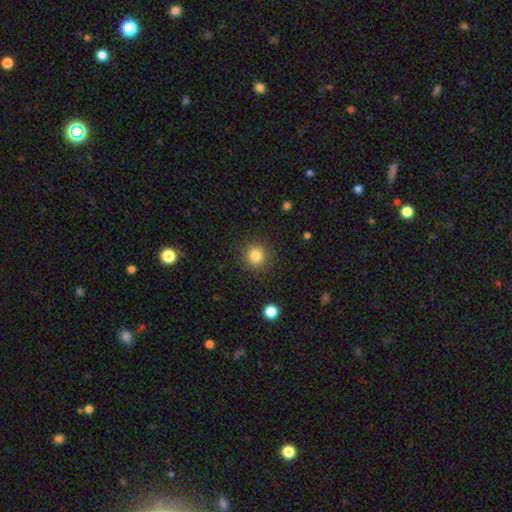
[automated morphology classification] The model was most divided on "smooth or featured": smooth: 82%, star or artifact: 12%, featured or disk: 6%. More confident: how rounded — round (93%); merging — none (89%).